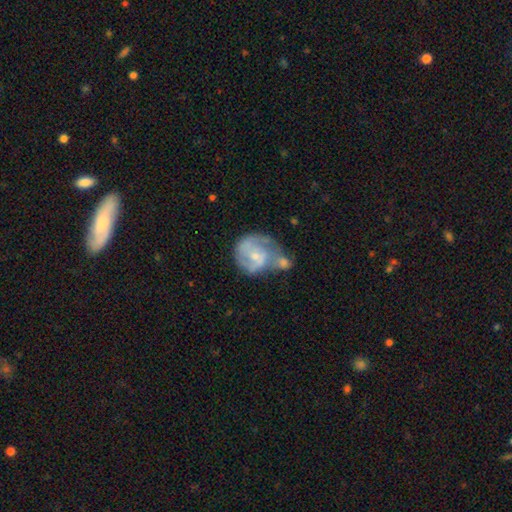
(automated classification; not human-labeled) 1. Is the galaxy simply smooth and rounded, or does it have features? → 71% featured or disk, 23% smooth, 6% star or artifact.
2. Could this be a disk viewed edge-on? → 98% no, 2% yes.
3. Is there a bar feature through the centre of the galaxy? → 55% no, 38% weak, 7% strong.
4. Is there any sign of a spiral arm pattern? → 85% yes, 15% no.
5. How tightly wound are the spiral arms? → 42% medium, 41% tight, 17% loose.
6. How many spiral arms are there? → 50% 2, 23% can't tell, 12% 3, 11% 1, 2% 4, 2% more than 4.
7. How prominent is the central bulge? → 62% small, 31% moderate, 5% none, 2% large, 1% dominant.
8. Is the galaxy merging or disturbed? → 40% merger, 26% none, 18% minor disturbance, 16% major disturbance.